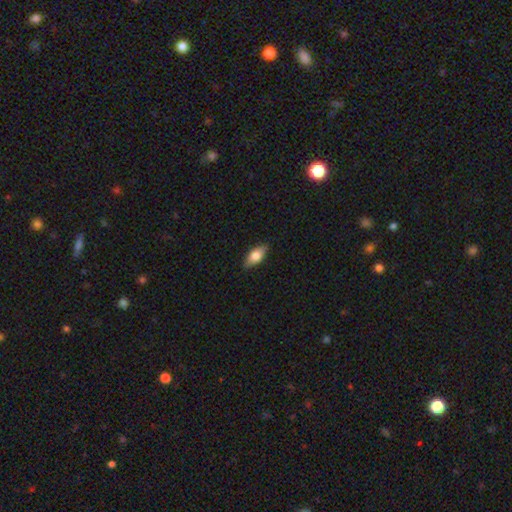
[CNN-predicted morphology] This is likely a smooth galaxy (70%). How rounded: clearly in between (82%). Merging: clearly none (86%).